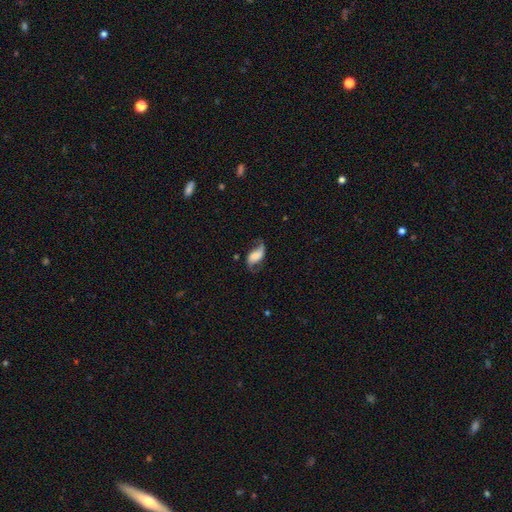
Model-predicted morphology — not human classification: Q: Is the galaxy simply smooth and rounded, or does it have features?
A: featured or disk — 54%.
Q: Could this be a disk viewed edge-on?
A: no — 94%.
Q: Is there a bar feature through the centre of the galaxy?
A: no — 45%.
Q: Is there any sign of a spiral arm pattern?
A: yes — 88%.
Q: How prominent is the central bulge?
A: none — 36%.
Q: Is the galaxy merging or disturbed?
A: none — 52%.